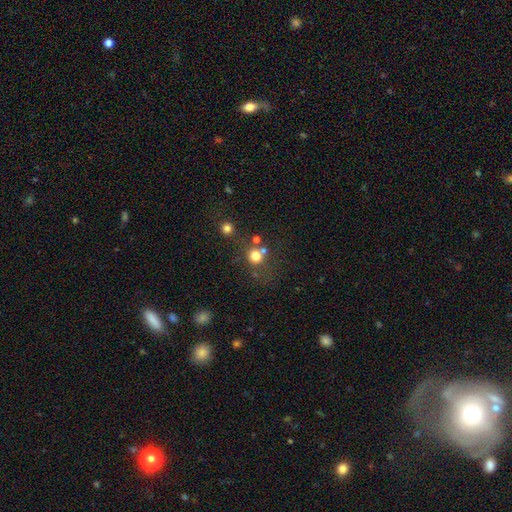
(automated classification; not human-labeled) This appears to be a smooth galaxy with no disk features (74%) that is round (89%). Merging: none (63%).